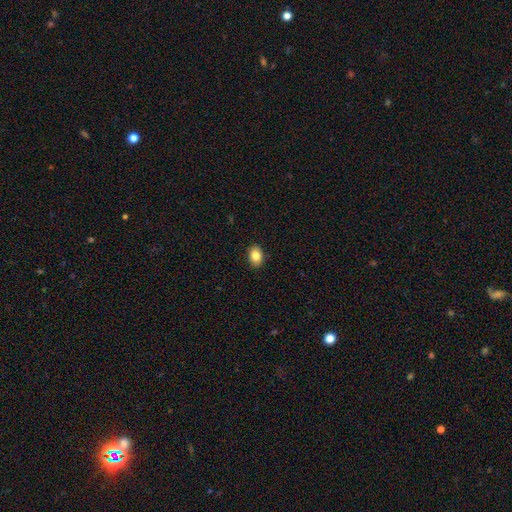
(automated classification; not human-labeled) Smooth or featured? Predicted: smooth (p=0.85). How rounded? Predicted: in between (p=0.75). Merging? Predicted: none (p=0.90).